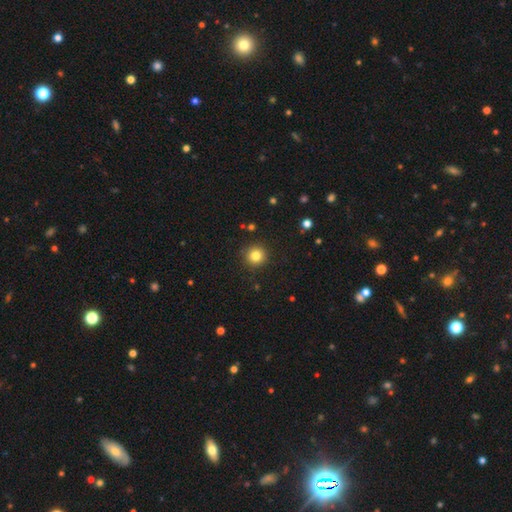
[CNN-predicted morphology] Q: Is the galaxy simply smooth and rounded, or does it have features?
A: smooth — 82%.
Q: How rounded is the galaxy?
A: round — 95%.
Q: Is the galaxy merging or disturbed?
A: none — 90%.